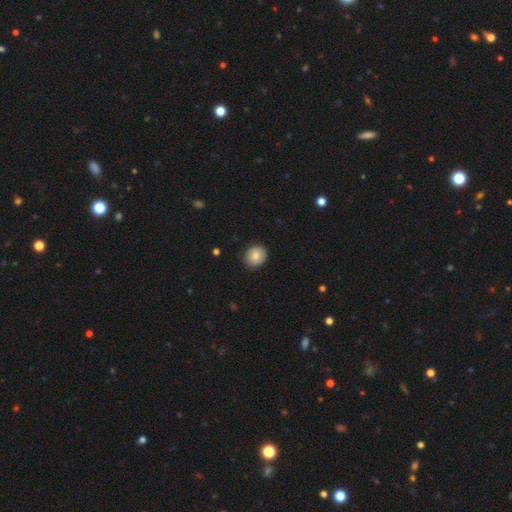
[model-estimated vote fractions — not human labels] Morphology: type=smooth (78%); roundness=round (80%); merging=none (87%).